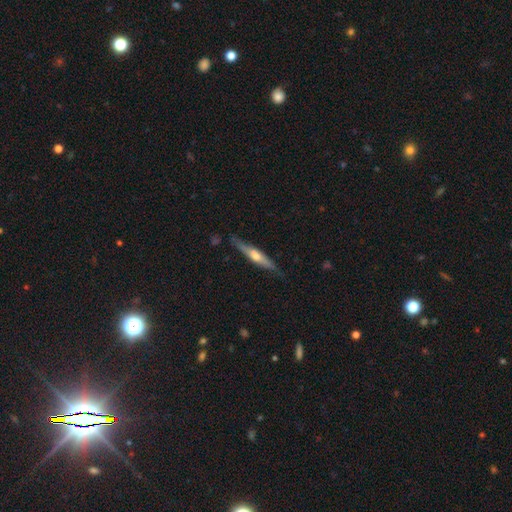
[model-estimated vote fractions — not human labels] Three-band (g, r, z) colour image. It shows a featured or disk galaxy (65%) viewed edge-on (95%) with a rounded central bulge (81%). Merging: none (82%).